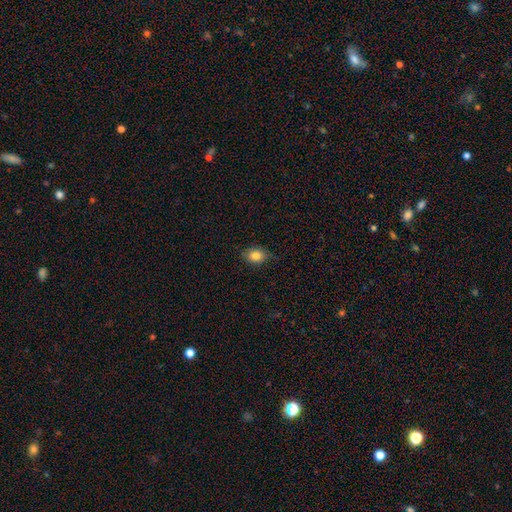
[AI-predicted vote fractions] Smooth or featured: smooth — 83% (star or artifact — 10%)
How rounded: in between — 60% (round — 39%)
Merging: none — 78% (minor disturbance — 18%)